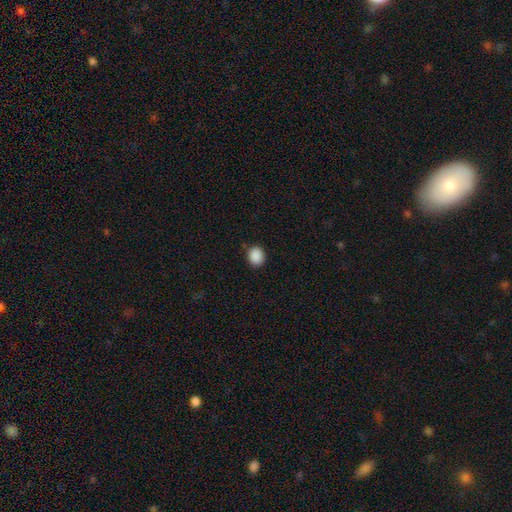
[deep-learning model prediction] smooth_or_featured: smooth (p=0.89) [alt: star or artifact p=0.09]
how_rounded: round (p=0.66) [alt: in between p=0.34]
merging: none (p=0.87) [alt: minor disturbance p=0.09]